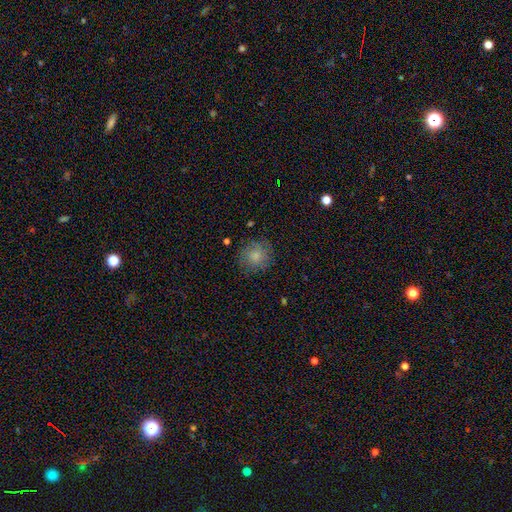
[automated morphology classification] smooth_or_featured: smooth (p=0.82) [alt: featured or disk p=0.09]
how_rounded: round (p=0.89) [alt: in between p=0.10]
merging: none (p=0.83) [alt: minor disturbance p=0.12]